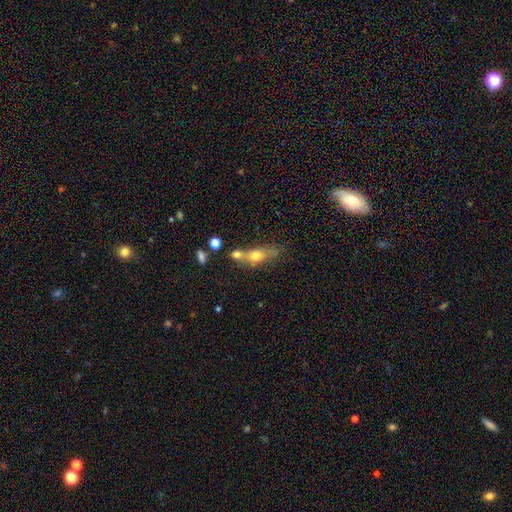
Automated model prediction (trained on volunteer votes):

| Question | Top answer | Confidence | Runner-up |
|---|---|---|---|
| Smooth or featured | smooth | 53% | featured or disk (36%) |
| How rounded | cigar-shaped | 44% | in between (42%) |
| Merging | none | 41% | merger (36%) |